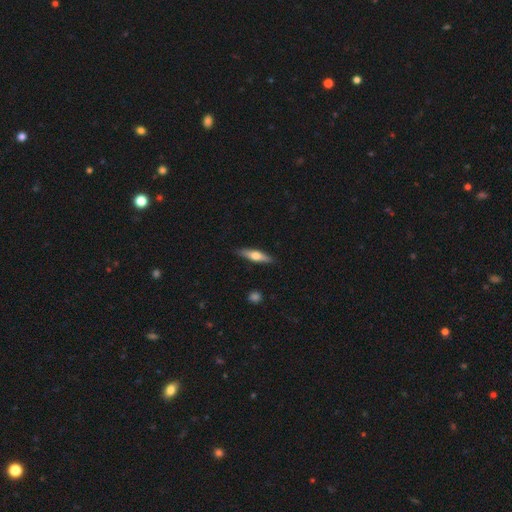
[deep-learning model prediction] This is possibly a smooth galaxy (50%). How rounded: likely cigar-shaped (73%). Merging: clearly none (88%).